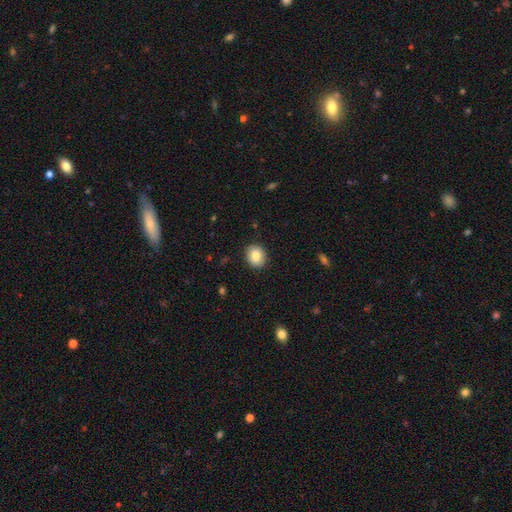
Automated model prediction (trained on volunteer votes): A smooth galaxy with no disk features (85%) that is round (68%). Merging: none (90%).